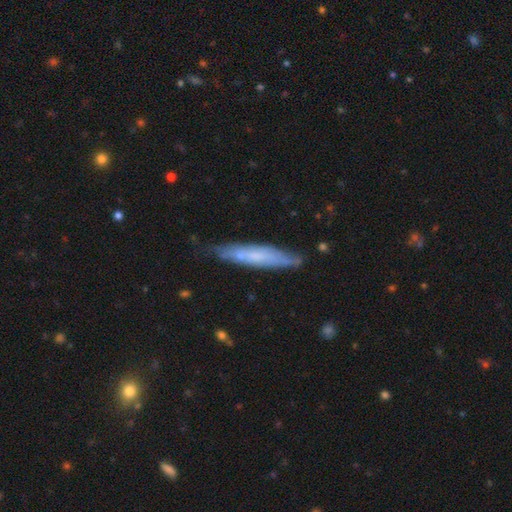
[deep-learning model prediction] Smooth or featured? smooth (48%)
Merging? none (75%)